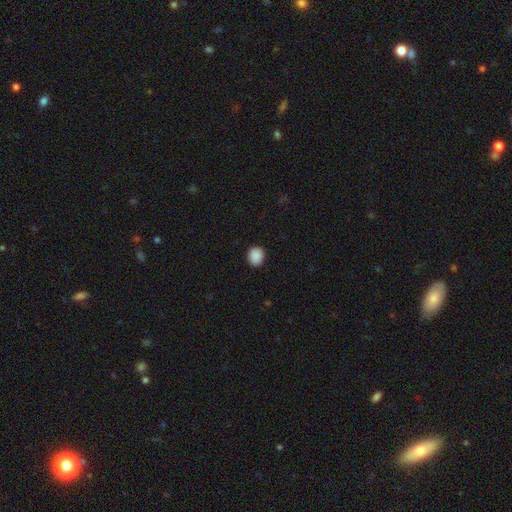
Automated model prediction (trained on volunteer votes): Morphology: type=smooth (90%); roundness=round (75%); merging=none (90%).